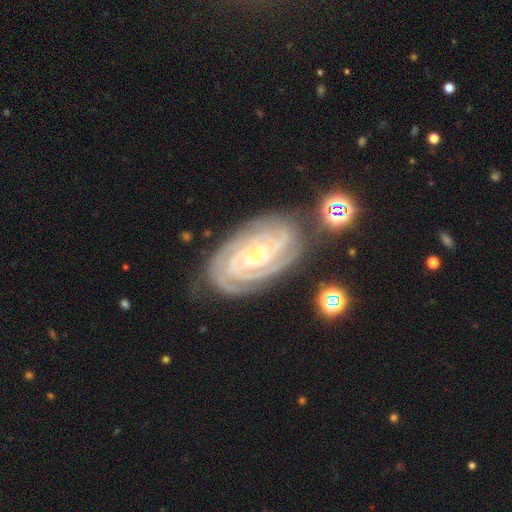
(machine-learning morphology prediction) Smooth or featured?
  - featured or disk: 91% *
  - star or artifact: 5%
  - smooth: 3%
Edge-on disk?
  - no: 97% *
  - yes: 3%
Bar?
  - no: 49% *
  - weak: 31%
  - strong: 20%
Spiral arms?
  - yes: 99% *
  - no: 1%
Spiral winding?
  - tight: 86% *
  - medium: 13%
  - loose: 1%
Spiral arm count?
  - 3: 28% *
  - 2: 25%
  - 4: 22%
  - can't tell: 11%
  - more than 4: 8%
  - 1: 6%
Bulge size?
  - small: 79% *
  - moderate: 13%
  - none: 6%
  - large: 1%
  - dominant: 1%
Merging?
  - none: 78% *
  - minor disturbance: 15%
  - major disturbance: 4%
  - merger: 3%